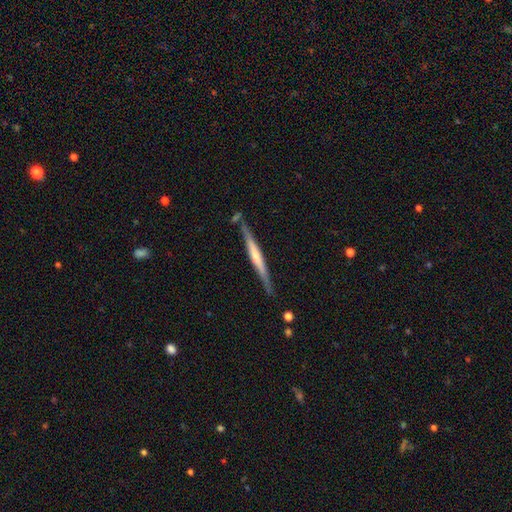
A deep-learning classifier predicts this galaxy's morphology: Smooth or featured? featured or disk (60%)
Edge-on disk? yes (96%)
Edge-on bulge? none (45%)
Merging? none (78%)